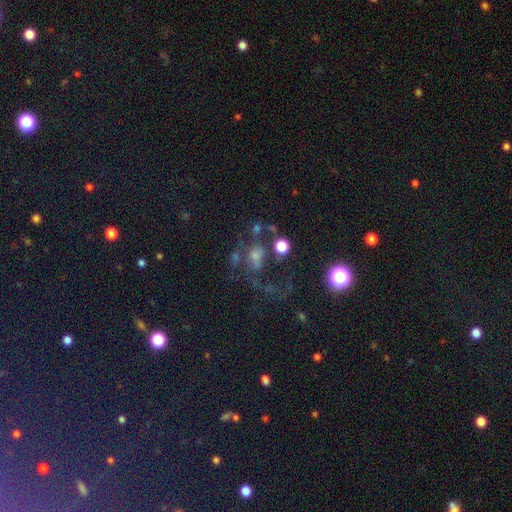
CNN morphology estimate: Q: Smooth or featured?
A: featured or disk (38%); runner-up: star or artifact (31%)
Q: Merging?
A: none (39%); runner-up: major disturbance (34%)